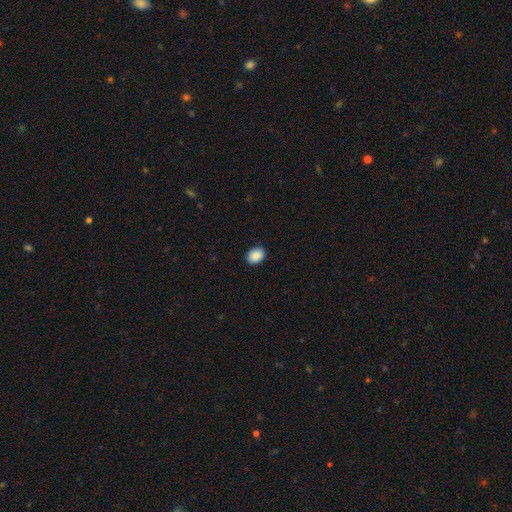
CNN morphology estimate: A smooth galaxy with no disk features (90%) that is in between round and cigar-shaped (67%).

Vote fractions:
- Smooth or featured? smooth: 90% / star or artifact: 7% / featured or disk: 3%
- How rounded? in between: 67% / round: 32% / cigar-shaped: 1%
- Merging? none: 90% / minor disturbance: 8% / major disturbance: 2% / merger: 1%